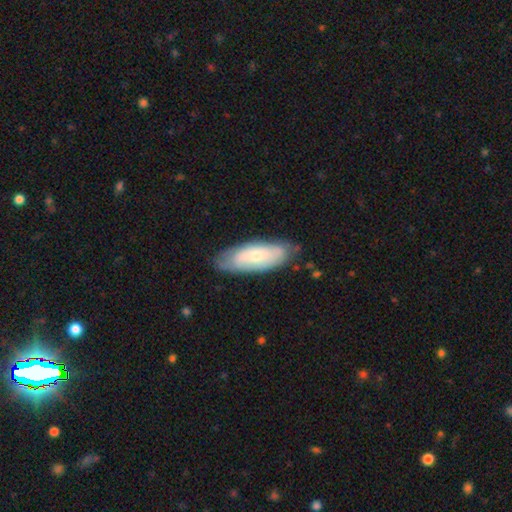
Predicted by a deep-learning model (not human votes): A smooth galaxy with no disk features (51%) that is in between round and cigar-shaped (74%). Merging: none (76%).